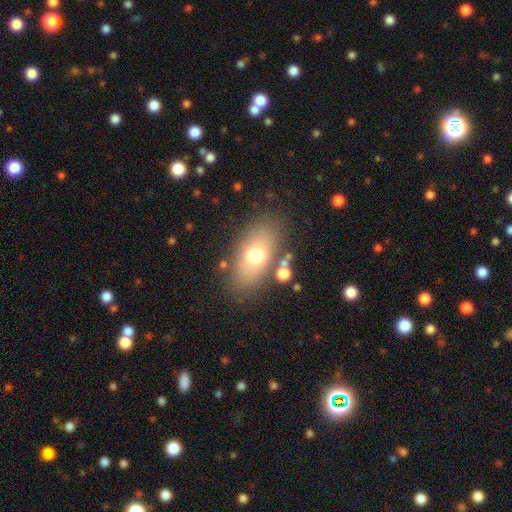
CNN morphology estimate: A smooth galaxy with no disk features (67%) that is in between round and cigar-shaped (85%).

Vote fractions:
- Smooth or featured? smooth: 67% / featured or disk: 22% / star or artifact: 10%
- How rounded? in between: 85% / round: 9% / cigar-shaped: 7%
- Merging? none: 77% / minor disturbance: 12% / major disturbance: 5% / merger: 5%